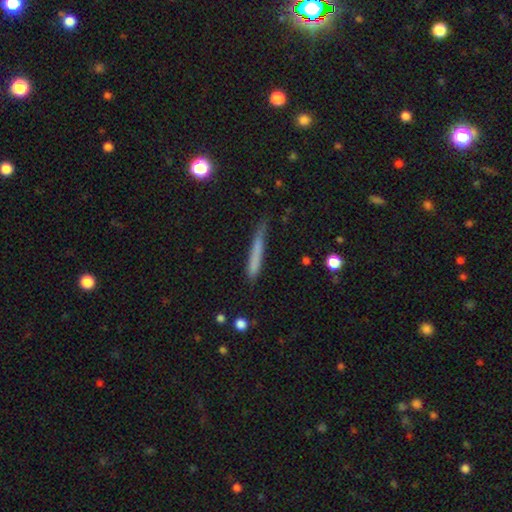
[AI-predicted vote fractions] A smooth galaxy with no disk features (70%) that is cigar-shaped (96%). Merging: none (70%).